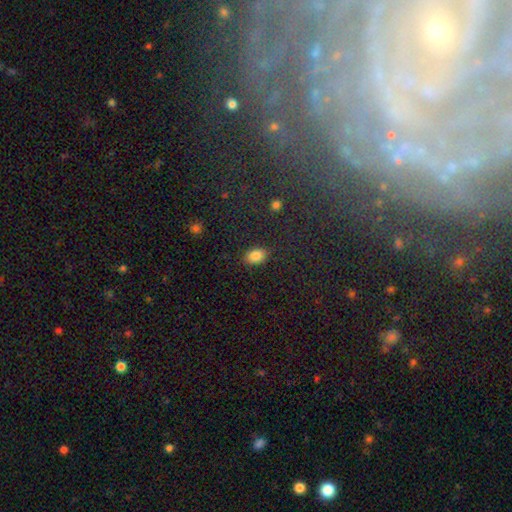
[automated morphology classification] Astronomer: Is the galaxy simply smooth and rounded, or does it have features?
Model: smooth — 84%.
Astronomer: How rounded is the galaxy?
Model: in between — 82%.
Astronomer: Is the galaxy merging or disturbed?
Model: none — 85%.